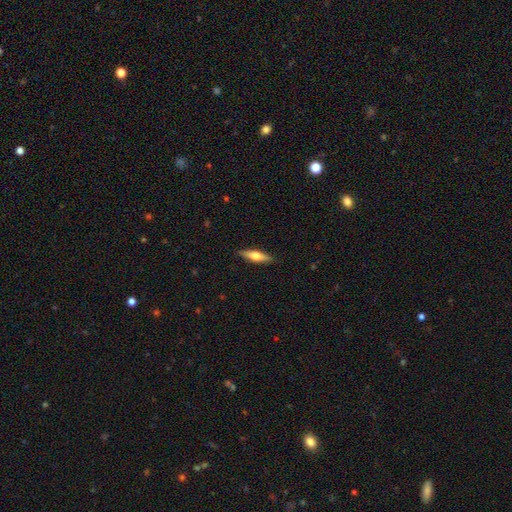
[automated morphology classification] The model was most divided on "smooth or featured": smooth: 51%, featured or disk: 44%, star or artifact: 6%. More confident: merging — none (89%); how rounded — cigar-shaped (65%).